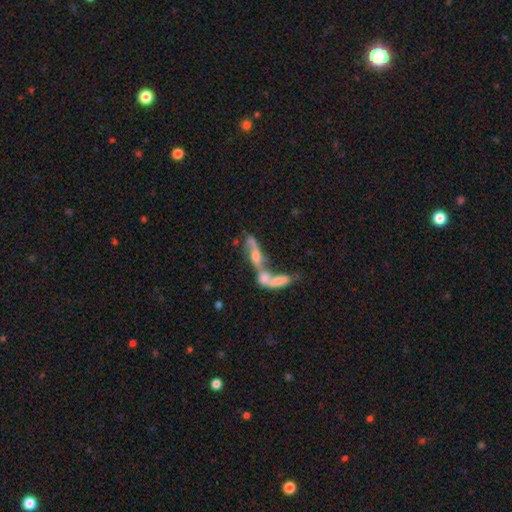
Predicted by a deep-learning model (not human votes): The model was most divided on "smooth or featured": featured or disk: 65%, smooth: 24%, star or artifact: 11%. More confident: edge-on disk — no (71%); merging — merger (69%).